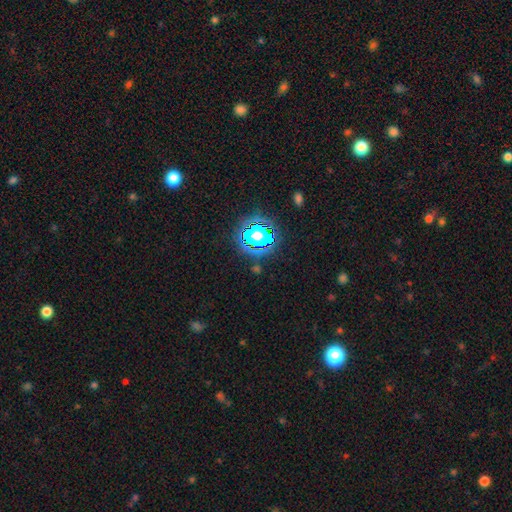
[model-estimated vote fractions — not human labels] Morphology: type=star or artifact (80%).